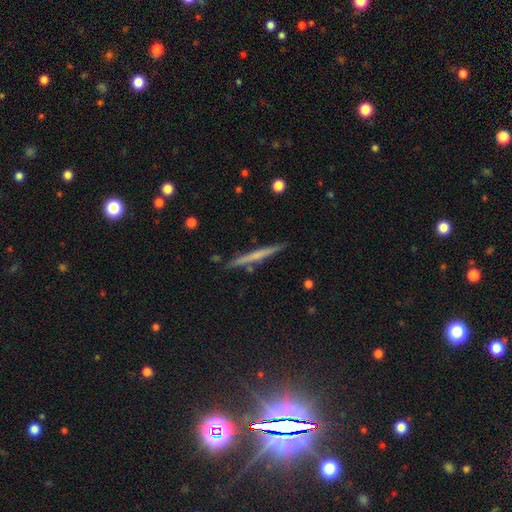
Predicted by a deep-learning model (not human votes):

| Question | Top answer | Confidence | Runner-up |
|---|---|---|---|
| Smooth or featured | featured or disk | 49% | smooth (44%) |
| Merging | none | 89% | minor disturbance (7%) |